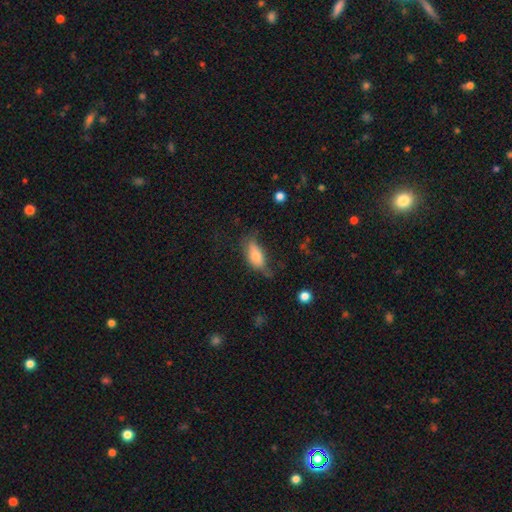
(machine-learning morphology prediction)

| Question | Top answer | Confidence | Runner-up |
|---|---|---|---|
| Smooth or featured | smooth | 69% | featured or disk (24%) |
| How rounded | in between | 82% | cigar-shaped (15%) |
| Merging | none | 49% | minor disturbance (33%) |